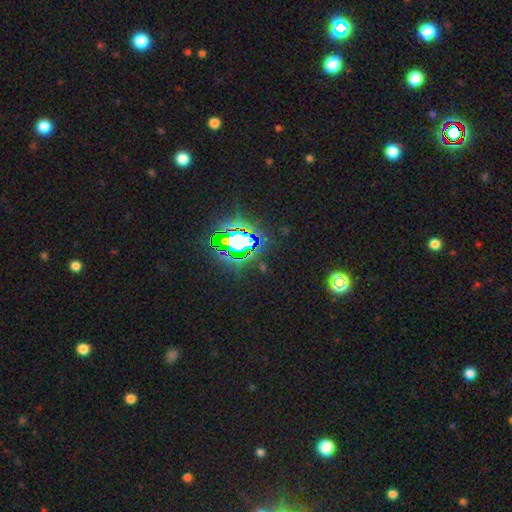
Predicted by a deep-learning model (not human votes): Smooth or featured? Predicted: star or artifact (p=0.84).